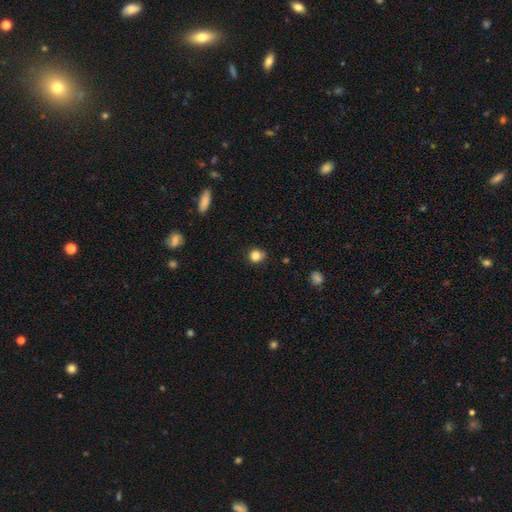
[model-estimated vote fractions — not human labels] Smooth or featured?
  - smooth: 83% *
  - star or artifact: 11%
  - featured or disk: 5%
How rounded?
  - round: 80% *
  - in between: 19%
  - cigar-shaped: 1%
Merging?
  - none: 75% *
  - minor disturbance: 20%
  - major disturbance: 3%
  - merger: 2%